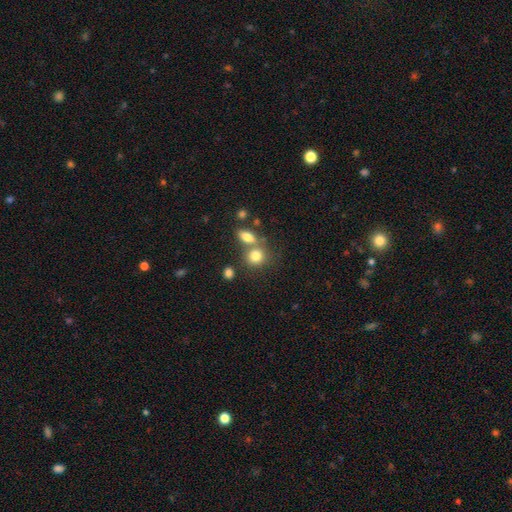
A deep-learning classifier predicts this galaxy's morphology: Smooth or featured: smooth — 81% (star or artifact — 10%)
How rounded: round — 71% (in between — 28%)
Merging: none — 50% (merger — 36%)